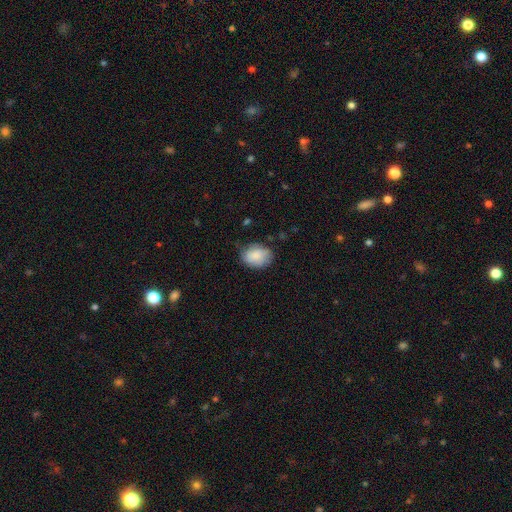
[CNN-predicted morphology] type=smooth (82%); roundness=in between (71%); merging=none (65%).